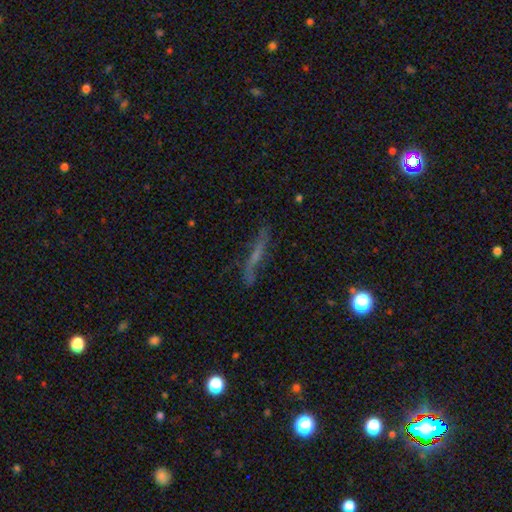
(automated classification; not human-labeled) Smooth or featured? featured or disk (58%)
Edge-on disk? yes (67%)
Merging? none (72%)